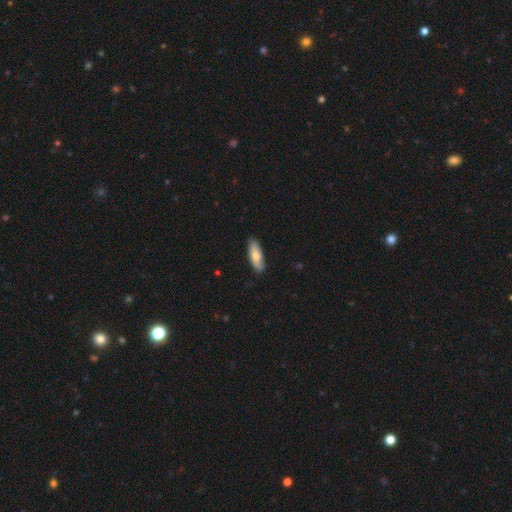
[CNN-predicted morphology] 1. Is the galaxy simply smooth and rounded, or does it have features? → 74% smooth, 20% featured or disk, 5% star or artifact.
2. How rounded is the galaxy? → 61% in between, 38% cigar-shaped, 2% round.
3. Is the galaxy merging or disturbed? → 84% none, 13% minor disturbance, 2% major disturbance, 1% merger.